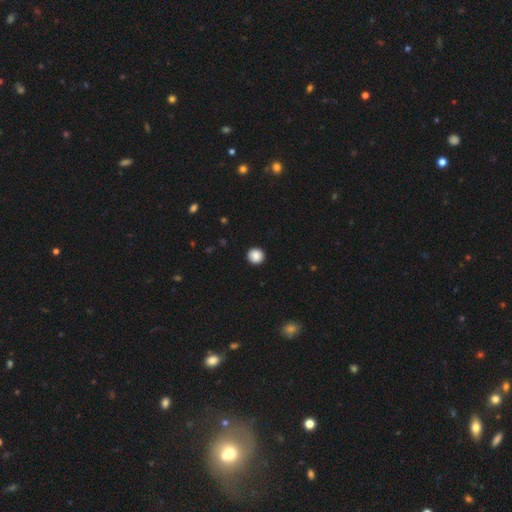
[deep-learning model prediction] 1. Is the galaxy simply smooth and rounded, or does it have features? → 88% smooth, 9% star or artifact, 3% featured or disk.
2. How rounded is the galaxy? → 94% round, 5% in between, 1% cigar-shaped.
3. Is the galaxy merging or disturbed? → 93% none, 5% minor disturbance, 2% major disturbance, 1% merger.